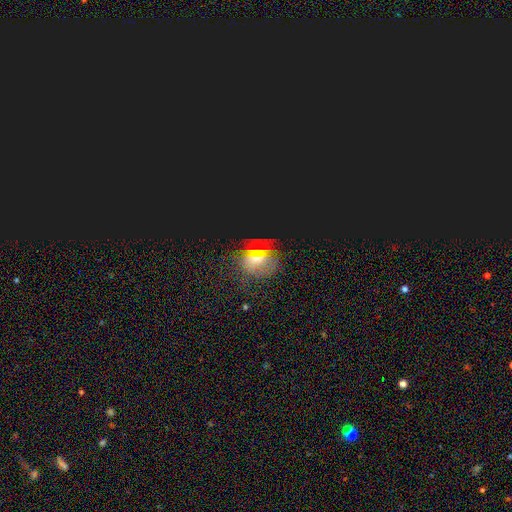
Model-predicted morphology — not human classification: A star or artifact, not a galaxy (56%).